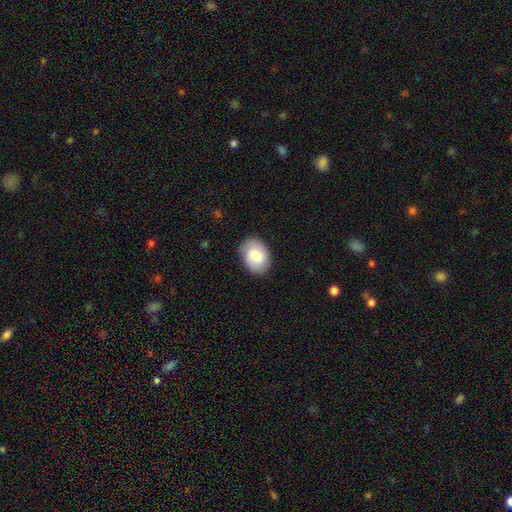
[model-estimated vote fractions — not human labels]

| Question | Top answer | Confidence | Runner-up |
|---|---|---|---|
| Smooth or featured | smooth | 80% | featured or disk (14%) |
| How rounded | in between | 82% | round (17%) |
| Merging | none | 85% | minor disturbance (12%) |